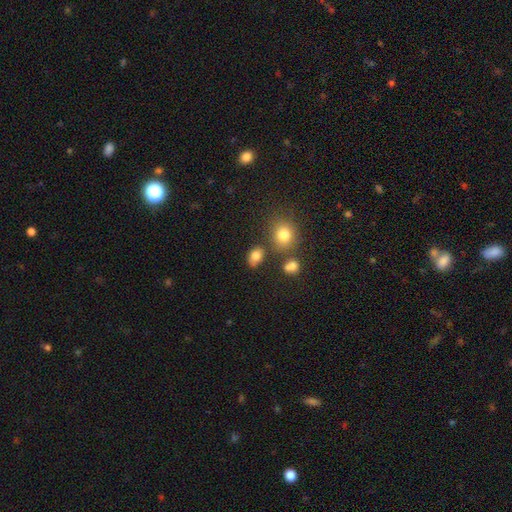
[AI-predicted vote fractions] The model was most divided on "how rounded": in between: 61%, round: 37%, cigar-shaped: 1%. More confident: smooth or featured — smooth (80%); merging — none (71%).